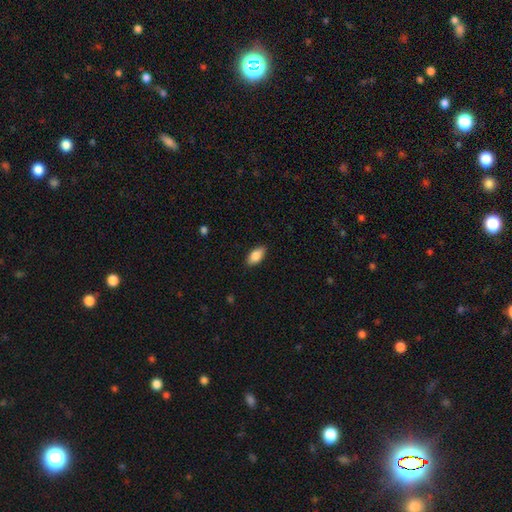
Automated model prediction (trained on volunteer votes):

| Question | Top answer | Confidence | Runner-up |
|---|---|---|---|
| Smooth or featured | smooth | 85% | featured or disk (9%) |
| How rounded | in between | 91% | cigar-shaped (6%) |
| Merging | none | 88% | minor disturbance (9%) |